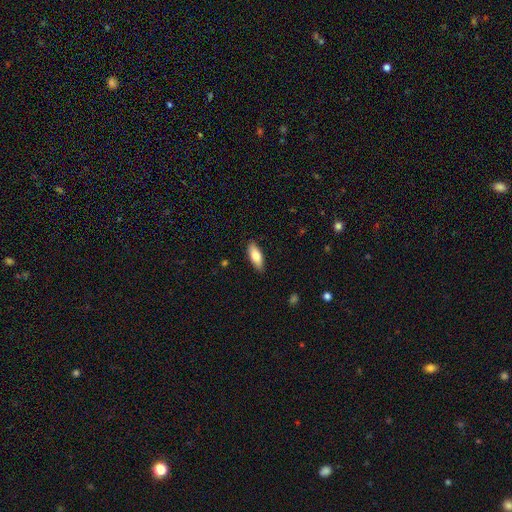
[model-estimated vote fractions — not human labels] Smooth or featured: smooth — 80% (featured or disk — 14%)
How rounded: in between — 72% (cigar-shaped — 26%)
Merging: none — 87% (minor disturbance — 10%)